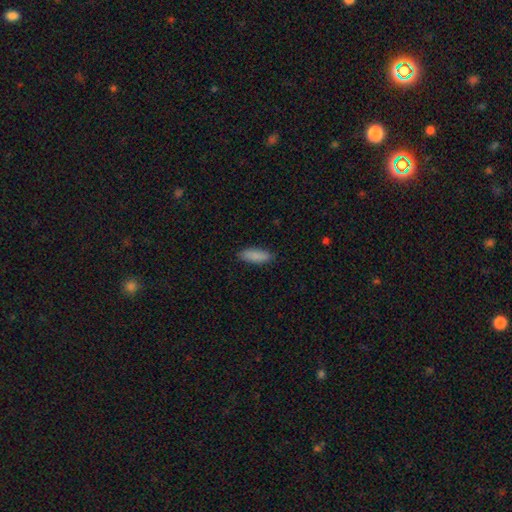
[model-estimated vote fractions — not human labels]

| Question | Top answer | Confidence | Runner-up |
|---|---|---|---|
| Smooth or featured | smooth | 89% | star or artifact (6%) |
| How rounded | in between | 61% | cigar-shaped (37%) |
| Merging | none | 86% | minor disturbance (11%) |